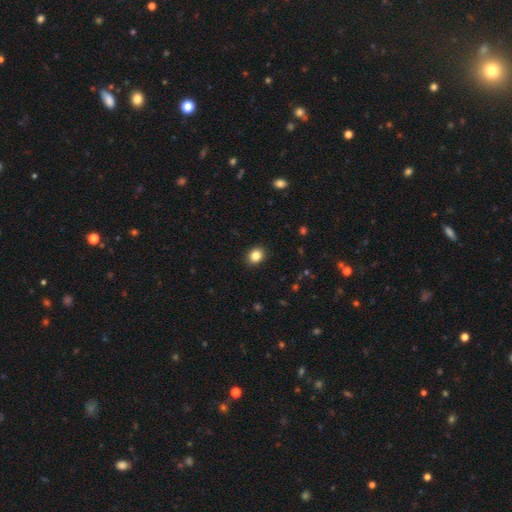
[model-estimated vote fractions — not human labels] This appears to be a smooth galaxy with no disk features (85%) that is round (61%). Merging: none (91%).